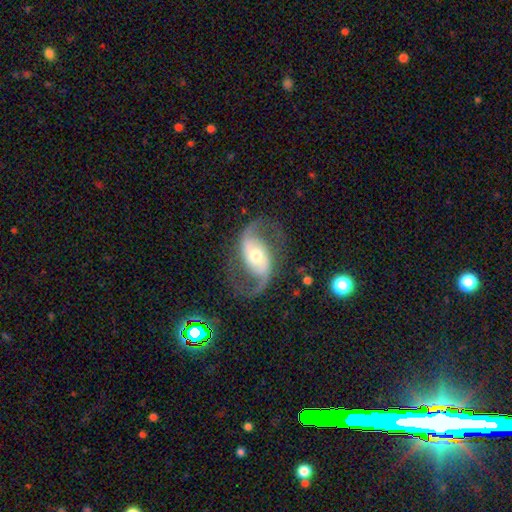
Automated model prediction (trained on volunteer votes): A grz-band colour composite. It shows a featured or disk galaxy (90%) with no bar (37%, tied with weak), 2 (94%) loose (53%) spiral arms (97%) and a moderate central bulge (65%). Merging: none (78%).